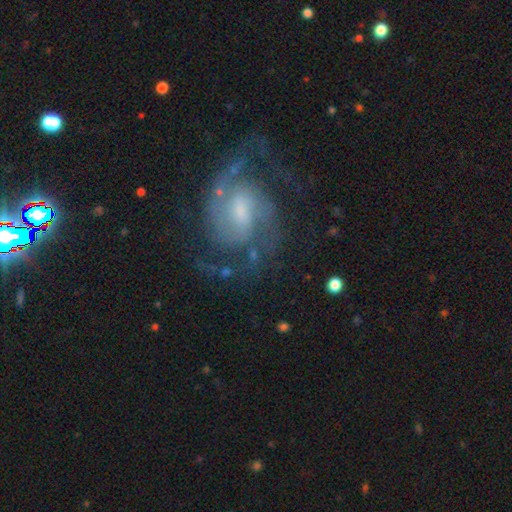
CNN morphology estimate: A featured or disk galaxy (88%) with a weak bar (53%), 2 (79%) medium (55%) spiral arms (98%) and a small central bulge (40%).

Vote fractions:
- Smooth or featured? featured or disk: 88% / star or artifact: 8% / smooth: 5%
- Edge-on disk? no: 98% / yes: 2%
- Bar? weak: 53% / no: 30% / strong: 17%
- Spiral arms? yes: 98% / no: 2%
- Spiral winding? medium: 55% / tight: 33% / loose: 12%
- Spiral arm count? 2: 79% / 3: 7% / can't tell: 6% / 1: 3% / 4: 3% / more than 4: 2%
- Bulge size? small: 40% / moderate: 37% / none: 12% / large: 9% / dominant: 2%
- Merging? none: 75% / minor disturbance: 14% / major disturbance: 9% / merger: 1%